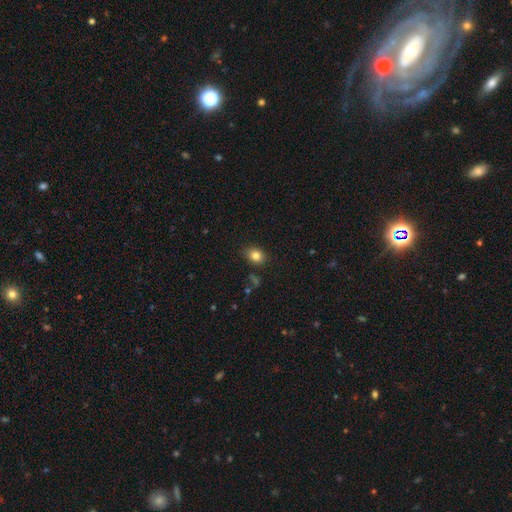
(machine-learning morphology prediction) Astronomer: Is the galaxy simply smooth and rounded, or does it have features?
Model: smooth — 82%.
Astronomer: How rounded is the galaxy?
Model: in between — 57% (runner-up: round, 42%).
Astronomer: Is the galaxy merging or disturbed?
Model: none — 84%.